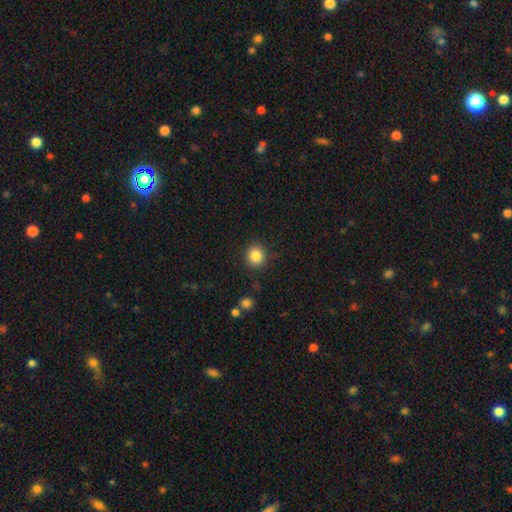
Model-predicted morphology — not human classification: Overall: smooth (85%). How rounded: round (88%). Merging: none (87%).